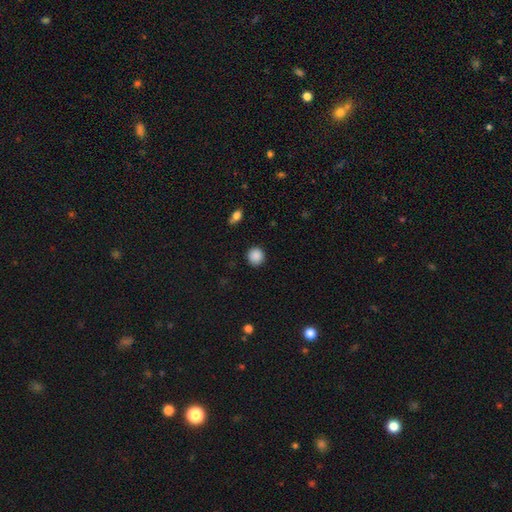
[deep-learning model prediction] Smooth or featured? Predicted: smooth (p=0.88). How rounded? Predicted: round (p=0.93). Merging? Predicted: none (p=0.91).